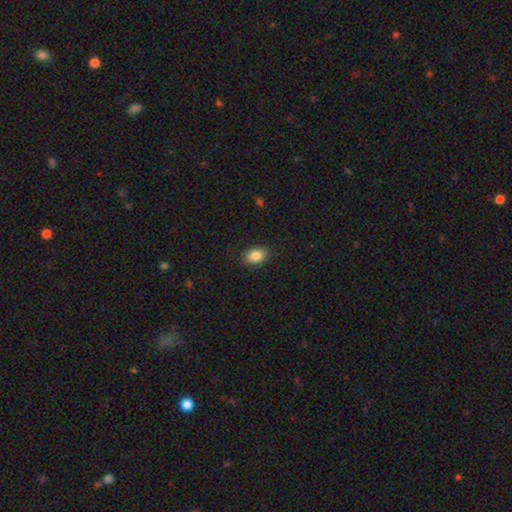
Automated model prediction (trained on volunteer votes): Morphology: type=smooth (87%); roundness=in between (80%); merging=none (87%).